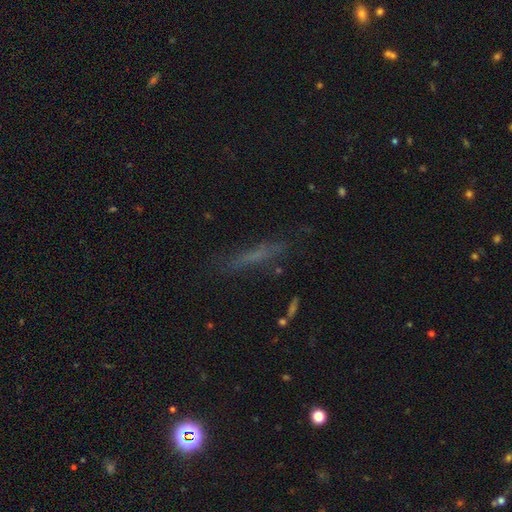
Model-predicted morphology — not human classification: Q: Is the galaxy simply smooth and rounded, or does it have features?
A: smooth — 47%.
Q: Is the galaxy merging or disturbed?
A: none — 72%.